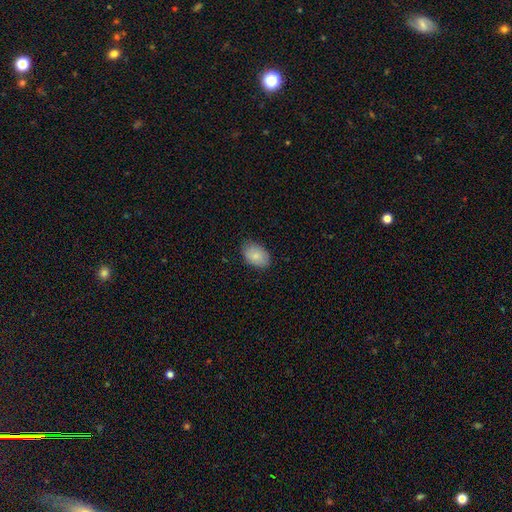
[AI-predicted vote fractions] A smooth galaxy with no disk features (84%) that is in between round and cigar-shaped (86%).

Vote fractions:
- Smooth or featured? smooth: 84% / featured or disk: 10% / star or artifact: 7%
- How rounded? in between: 86% / round: 13% / cigar-shaped: 1%
- Merging? none: 82% / minor disturbance: 14% / major disturbance: 3% / merger: 1%